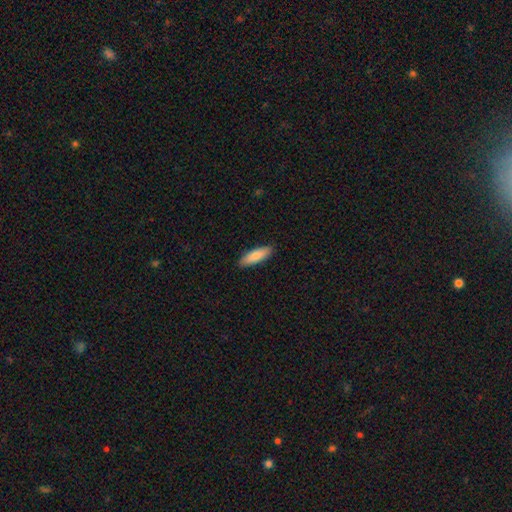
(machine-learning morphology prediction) Smooth or featured? Predicted: smooth (p=0.83). How rounded? Predicted: in between (p=0.53). Merging? Predicted: none (p=0.89).